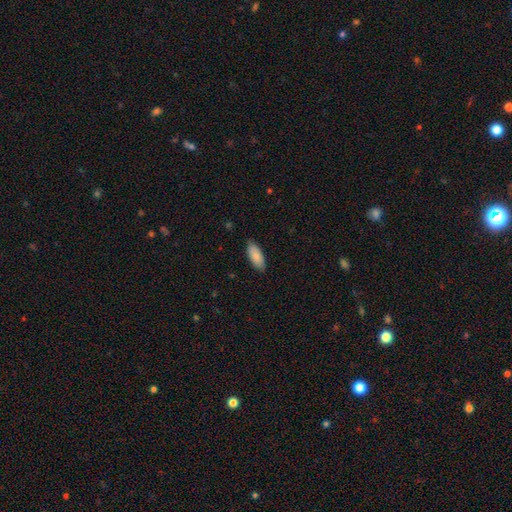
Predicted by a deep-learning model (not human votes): smooth-or-featured: smooth: 87% | featured or disk: 7% | star or artifact: 5%
  how-rounded: in between: 82% | cigar-shaped: 16% | round: 2%
  merging: none: 86% | minor disturbance: 11% | major disturbance: 2% | merger: 1%